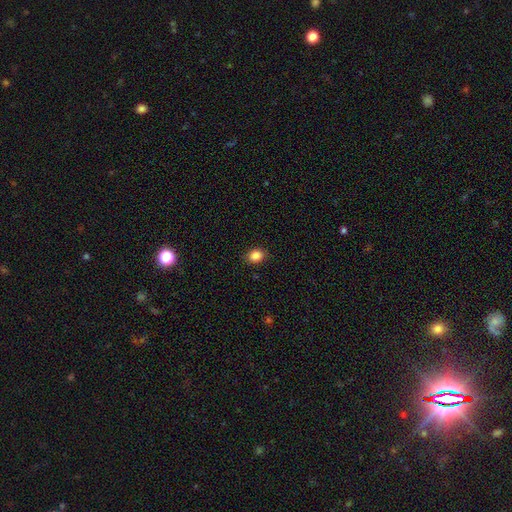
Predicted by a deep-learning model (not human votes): Smooth or featured?
  - smooth: 86% *
  - star or artifact: 10%
  - featured or disk: 4%
How rounded?
  - in between: 52% *
  - round: 47%
  - cigar-shaped: 1%
Merging?
  - none: 88% *
  - minor disturbance: 9%
  - major disturbance: 2%
  - merger: 1%